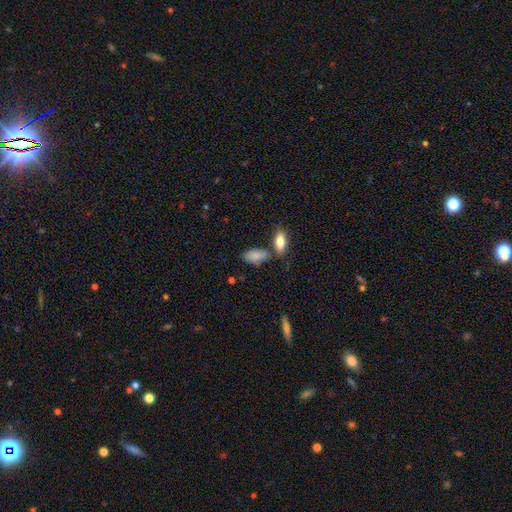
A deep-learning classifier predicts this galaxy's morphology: A smooth galaxy with no disk features (84%) that is in between round and cigar-shaped (89%).

Vote fractions:
- Smooth or featured? smooth: 84% / featured or disk: 9% / star or artifact: 7%
- How rounded? in between: 89% / cigar-shaped: 8% / round: 3%
- Merging? none: 60% / minor disturbance: 19% / merger: 16% / major disturbance: 5%